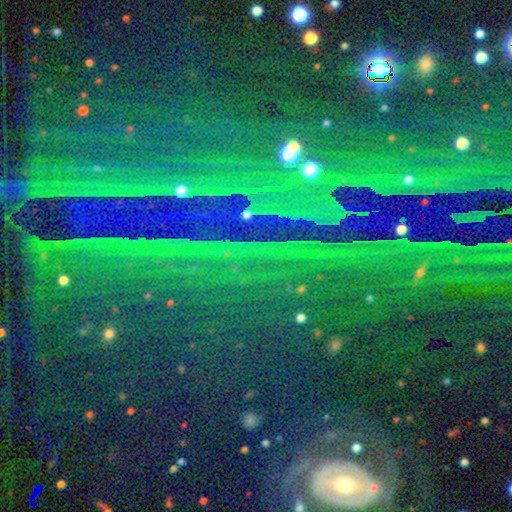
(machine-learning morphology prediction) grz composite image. It shows a star or artifact, not a galaxy (87%).